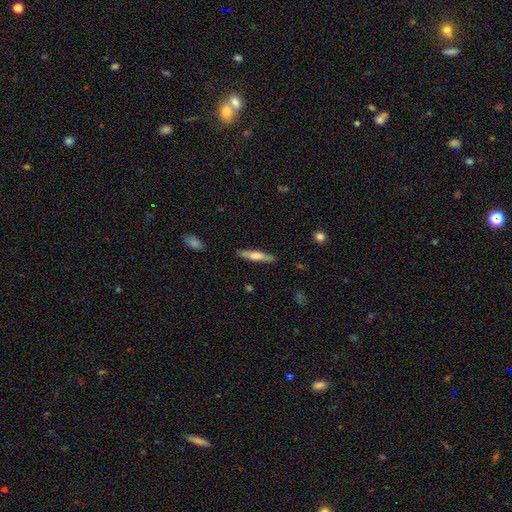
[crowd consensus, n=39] A smooth galaxy with no disk features (54%) that is cigar-shaped (90%). Merging: none (95%).